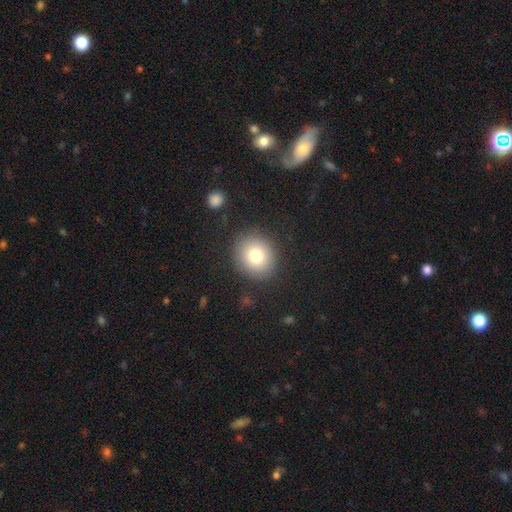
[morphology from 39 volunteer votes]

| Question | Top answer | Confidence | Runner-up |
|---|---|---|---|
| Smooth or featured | smooth | 69% | featured or disk (21%) |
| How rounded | round | 78% | in between (22%) |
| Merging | none | 89% | minor disturbance (6%) |